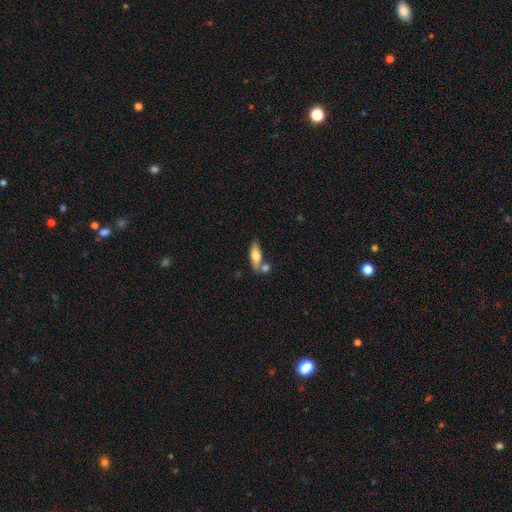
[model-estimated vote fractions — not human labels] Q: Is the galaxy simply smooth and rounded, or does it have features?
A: smooth — 71%.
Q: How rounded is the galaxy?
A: in between — 64%.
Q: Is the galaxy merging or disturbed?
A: none — 57%.